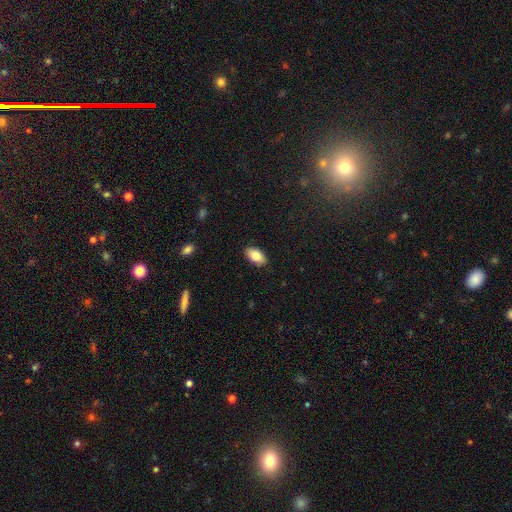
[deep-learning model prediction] Morphology: type=smooth (83%); roundness=in between (93%); merging=none (87%).